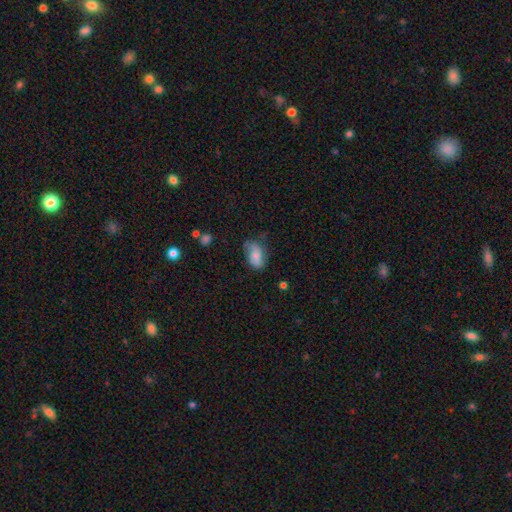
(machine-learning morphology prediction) Smooth or featured?
  - smooth: 71% *
  - featured or disk: 22%
  - star or artifact: 8%
How rounded?
  - in between: 91% *
  - round: 7%
  - cigar-shaped: 2%
Merging?
  - none: 50% *
  - minor disturbance: 34%
  - major disturbance: 13%
  - merger: 2%